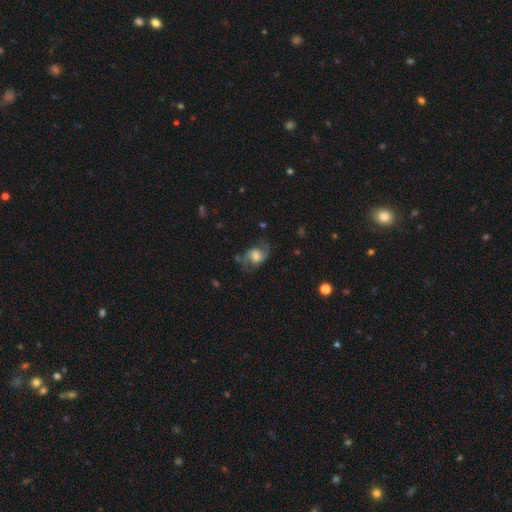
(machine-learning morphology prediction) A featured or disk galaxy (53%) with no bar (48%), spiral arms (84%) and a moderate central bulge (33%). Merging: none (57%).